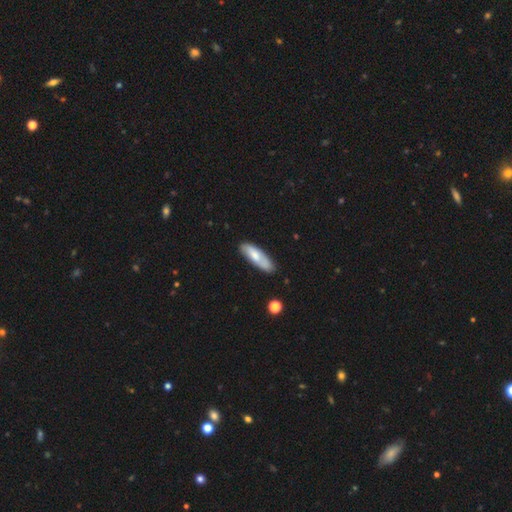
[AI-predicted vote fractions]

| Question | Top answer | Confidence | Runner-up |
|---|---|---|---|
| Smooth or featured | smooth | 68% | featured or disk (26%) |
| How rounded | cigar-shaped | 52% | in between (46%) |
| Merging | none | 74% | minor disturbance (19%) |